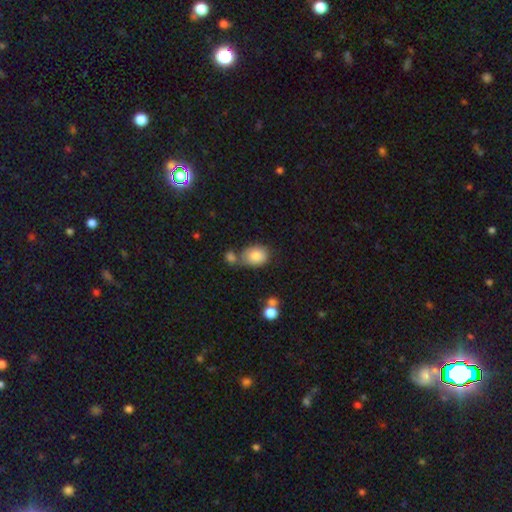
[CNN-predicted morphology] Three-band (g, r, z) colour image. It shows a smooth galaxy with no disk features (82%) that is in between round and cigar-shaped (60%). Merging: none (50%).